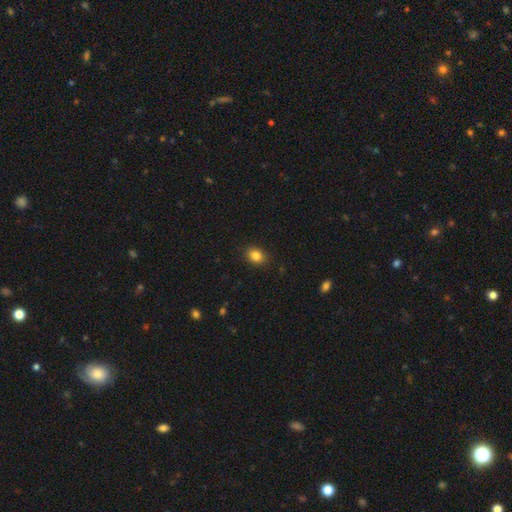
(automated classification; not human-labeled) A smooth galaxy with no disk features (84%) that is in between round and cigar-shaped (58%). Merging: none (88%).